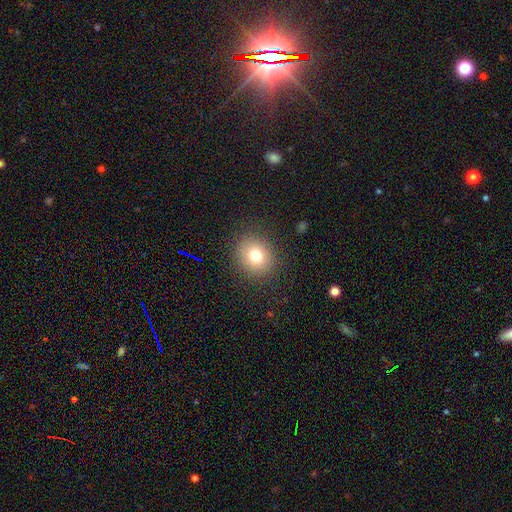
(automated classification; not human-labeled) Smooth or featured? Predicted: smooth (p=0.76). How rounded? Predicted: round (p=0.80). Merging? Predicted: none (p=0.88).